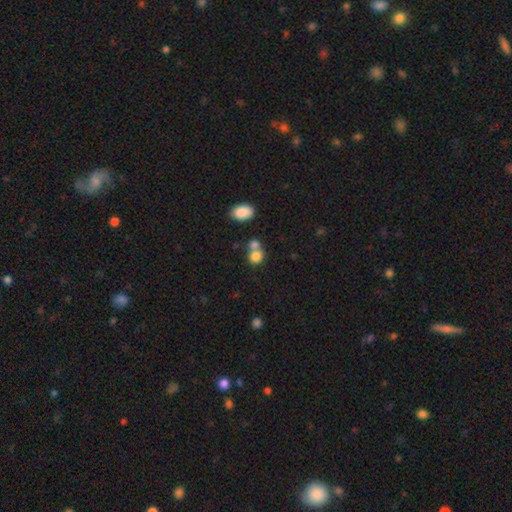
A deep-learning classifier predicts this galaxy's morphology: This appears to be a smooth galaxy with no disk features (81%) that is round (73%). Merging: merger (48%).